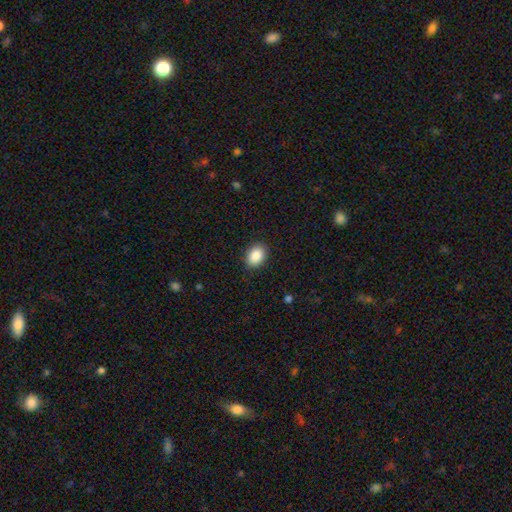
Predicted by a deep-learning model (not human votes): This is clearly a smooth galaxy (89%). How rounded: likely in between (78%). Merging: clearly none (88%).